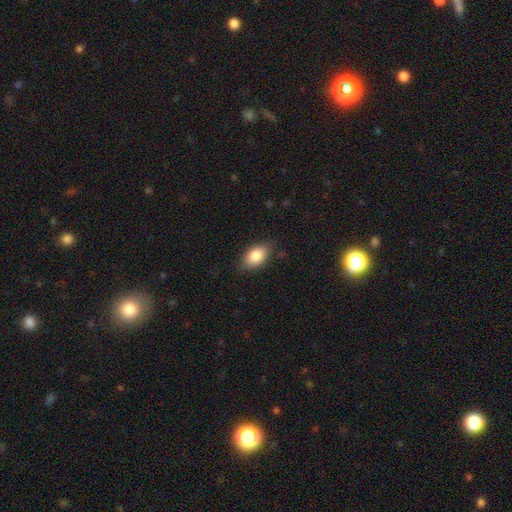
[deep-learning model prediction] This is clearly a smooth galaxy (84%). How rounded: clearly in between (90%). Merging: clearly none (82%).